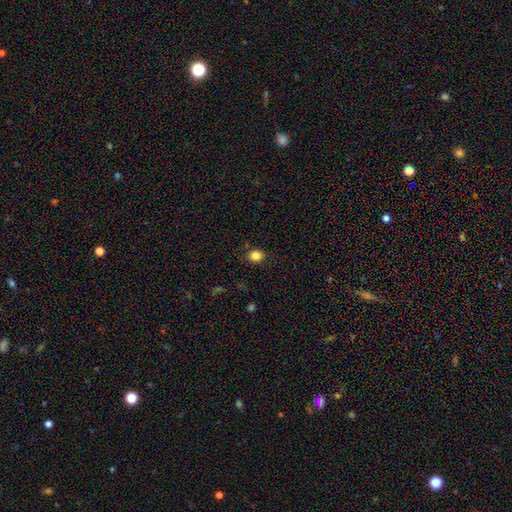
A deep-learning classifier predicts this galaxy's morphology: This is clearly a smooth galaxy (84%). How rounded: possibly round (58%). Merging: clearly none (86%).